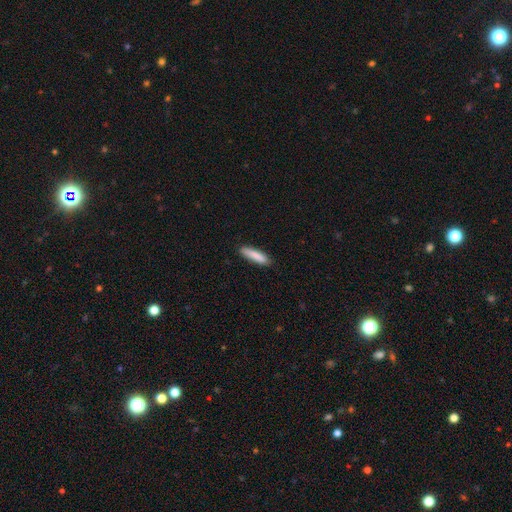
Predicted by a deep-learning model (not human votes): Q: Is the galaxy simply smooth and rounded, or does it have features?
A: smooth — 86%.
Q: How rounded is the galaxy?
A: cigar-shaped — 79%.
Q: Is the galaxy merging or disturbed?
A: none — 87%.